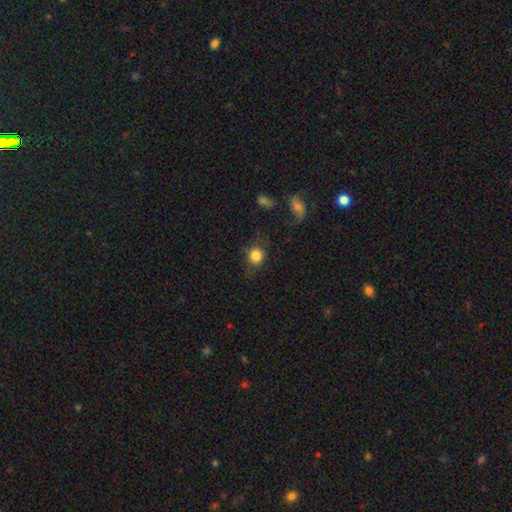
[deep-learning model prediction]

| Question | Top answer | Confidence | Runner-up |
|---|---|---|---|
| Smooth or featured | smooth | 83% | star or artifact (10%) |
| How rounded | round | 78% | in between (21%) |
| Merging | none | 72% | minor disturbance (18%) |